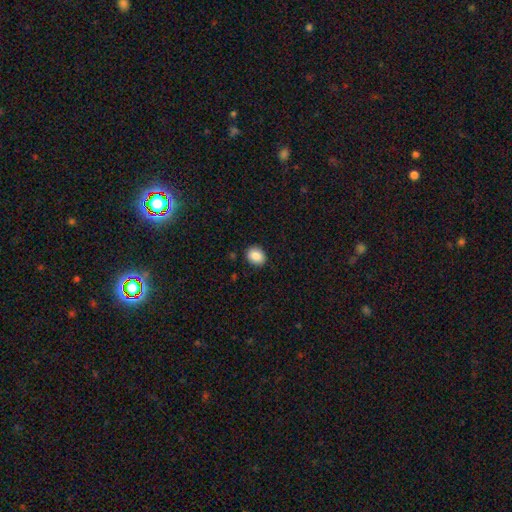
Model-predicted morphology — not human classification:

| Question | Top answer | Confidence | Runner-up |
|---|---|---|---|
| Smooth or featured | smooth | 88% | star or artifact (8%) |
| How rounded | in between | 50% | round (49%) |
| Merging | none | 88% | minor disturbance (8%) |